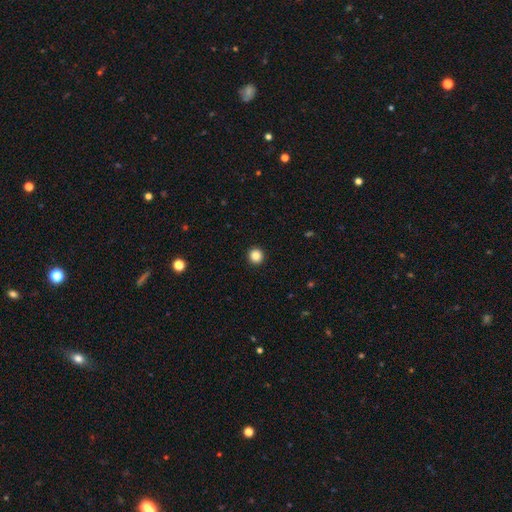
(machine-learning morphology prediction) smooth-or-featured: smooth: 86% | star or artifact: 11% | featured or disk: 3%
  how-rounded: round: 95% | in between: 4% | cigar-shaped: 1%
  merging: none: 94% | minor disturbance: 4% | major disturbance: 2% | merger: 1%